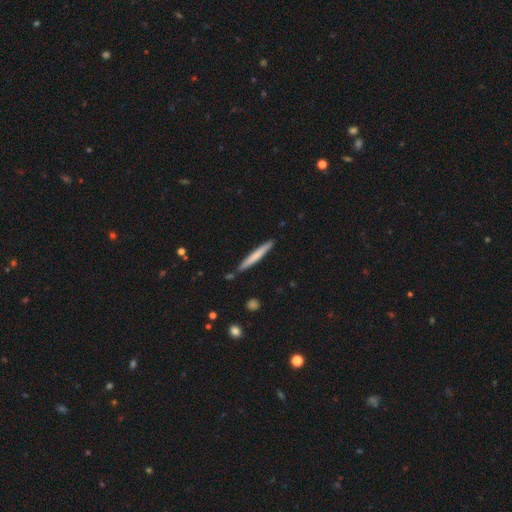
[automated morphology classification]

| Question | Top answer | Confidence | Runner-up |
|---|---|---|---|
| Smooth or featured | smooth | 67% | featured or disk (28%) |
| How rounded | cigar-shaped | 96% | in between (2%) |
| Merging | none | 88% | minor disturbance (8%) |